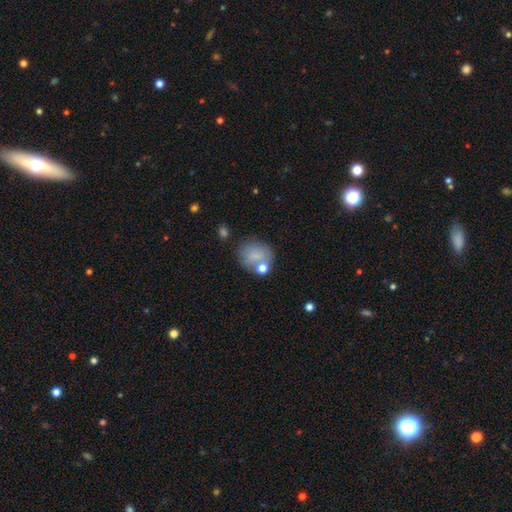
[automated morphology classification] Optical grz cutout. It shows a smooth galaxy with no disk features (74%) that is round (70%). Merging: none (57%).